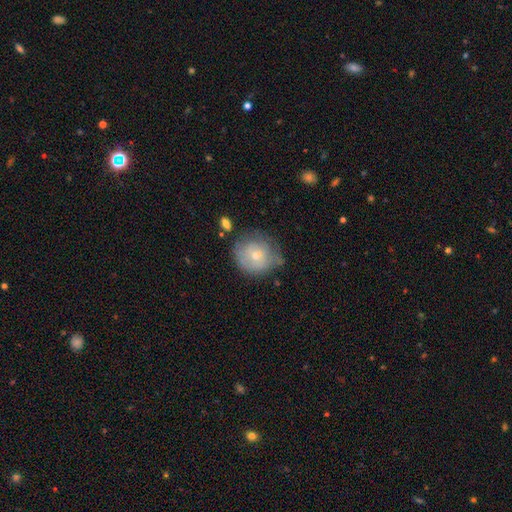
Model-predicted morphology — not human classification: This appears to be a smooth galaxy with no disk features (61%) that is round (85%). Merging: none (53%).